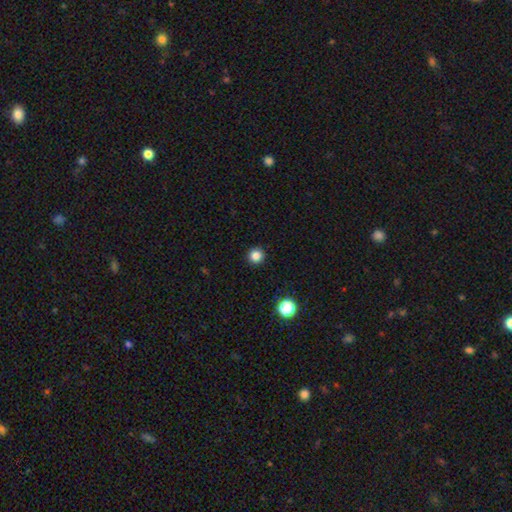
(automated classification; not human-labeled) A smooth galaxy with no disk features (83%) that is round (96%).

Vote fractions:
- Smooth or featured? smooth: 83% / star or artifact: 13% / featured or disk: 4%
- How rounded? round: 96% / in between: 3% / cigar-shaped: 1%
- Merging? none: 94% / minor disturbance: 4% / major disturbance: 1% / merger: 1%